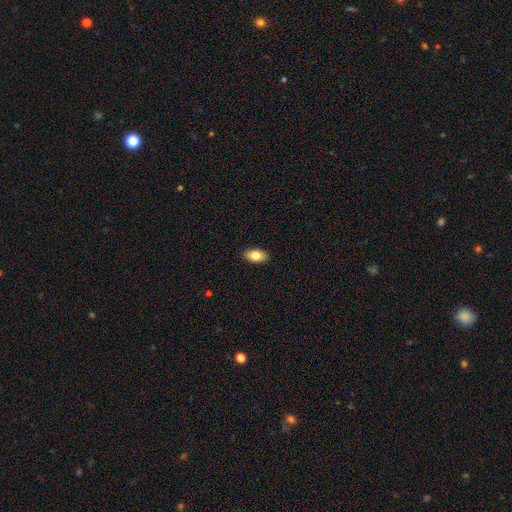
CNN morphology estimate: Overall: smooth (83%). How rounded: in between (92%). Merging: none (90%).